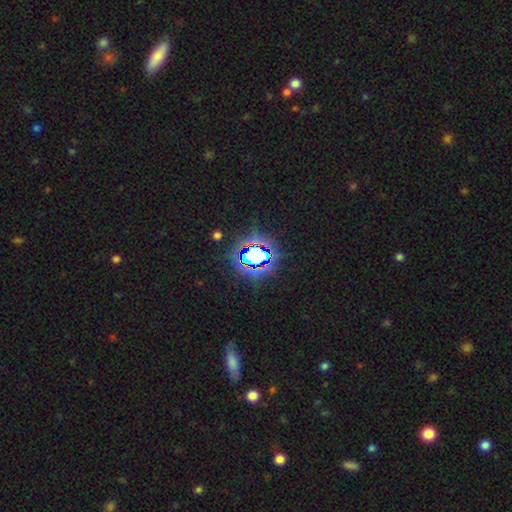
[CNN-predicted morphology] smooth_or_featured: star or artifact (p=0.68) [alt: smooth p=0.19]